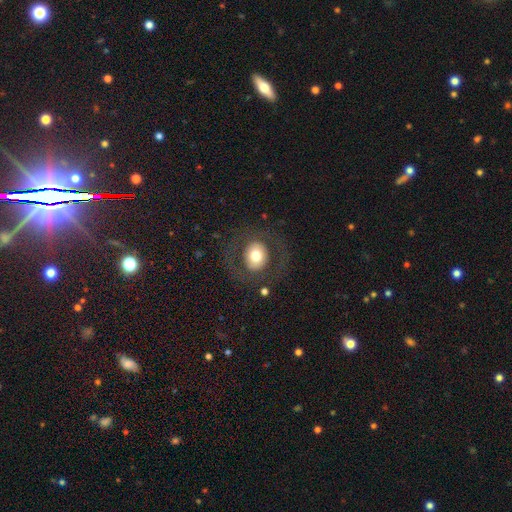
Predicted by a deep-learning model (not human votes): Smooth or featured? smooth (60%)
How rounded? round (76%)
Merging? none (79%)